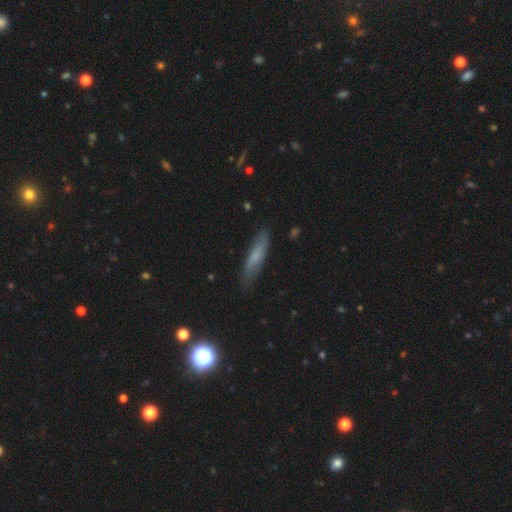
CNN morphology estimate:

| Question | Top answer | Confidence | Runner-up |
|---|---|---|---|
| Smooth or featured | smooth | 66% | featured or disk (26%) |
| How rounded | cigar-shaped | 79% | in between (19%) |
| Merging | none | 80% | minor disturbance (16%) |